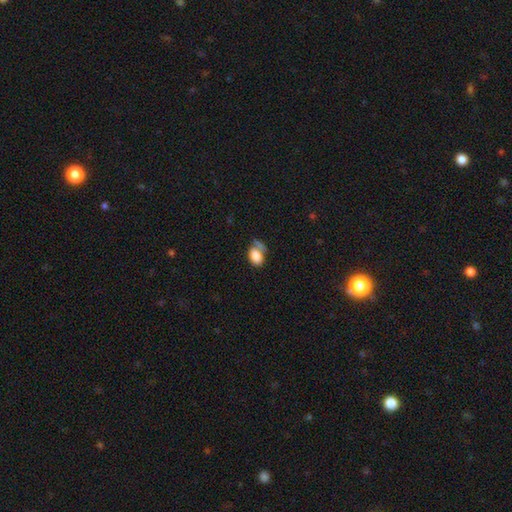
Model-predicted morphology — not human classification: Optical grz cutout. It shows a smooth galaxy with no disk features (82%) that is in between round and cigar-shaped (85%). Merging: none (43%).